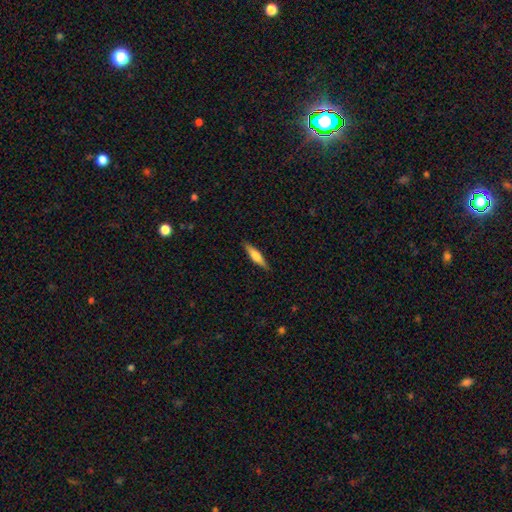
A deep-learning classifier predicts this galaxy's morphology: A smooth galaxy with no disk features (51%) that is cigar-shaped (82%). Merging: none (89%).